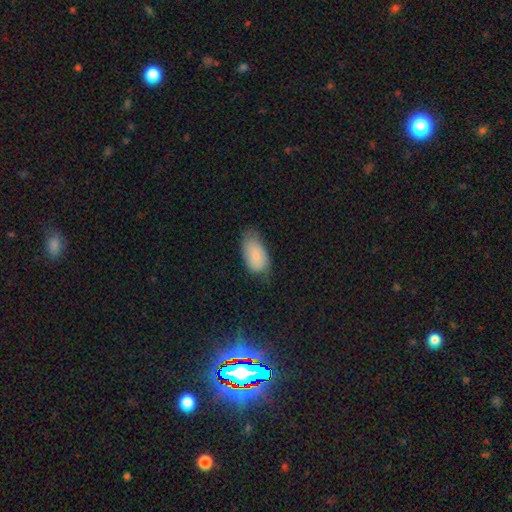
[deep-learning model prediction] Smooth or featured?
  - smooth: 83% *
  - featured or disk: 11%
  - star or artifact: 7%
How rounded?
  - in between: 94% *
  - round: 3%
  - cigar-shaped: 3%
Merging?
  - none: 58% *
  - minor disturbance: 33%
  - major disturbance: 8%
  - merger: 1%